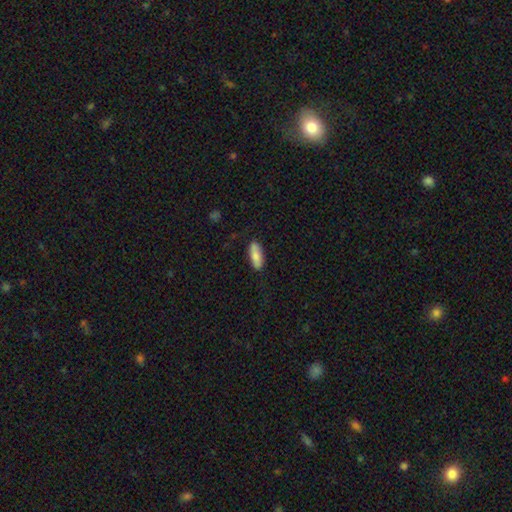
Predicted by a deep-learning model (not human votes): Smooth or featured? smooth (81%)
How rounded? in between (77%)
Merging? none (84%)